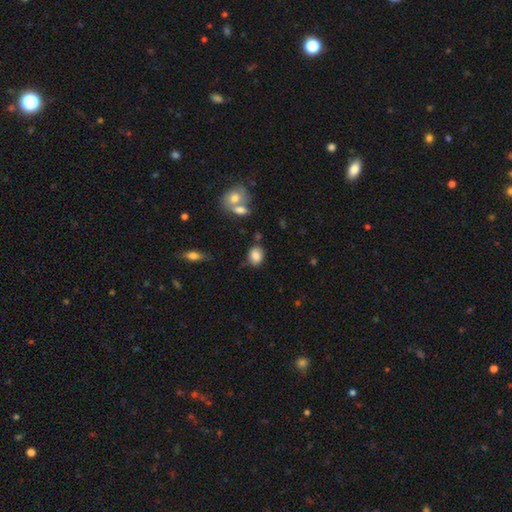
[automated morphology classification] type=smooth (83%); roundness=in between (54%); merging=none (71%).